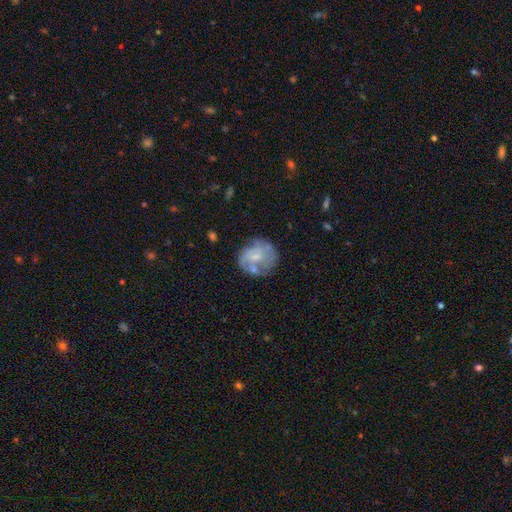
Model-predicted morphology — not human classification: smooth-or-featured: featured or disk: 52% | smooth: 41% | star or artifact: 8%
  disk-edge-on: no: 98% | yes: 2%
    bar: no: 72% | weak: 24% | strong: 4%
    has-spiral-arms: no: 55% | yes: 45%
    bulge-size: small: 43% | moderate: 32% | none: 21% | large: 3% | dominant: 1%
  merging: none: 51% | minor disturbance: 23% | major disturbance: 15% | merger: 12%